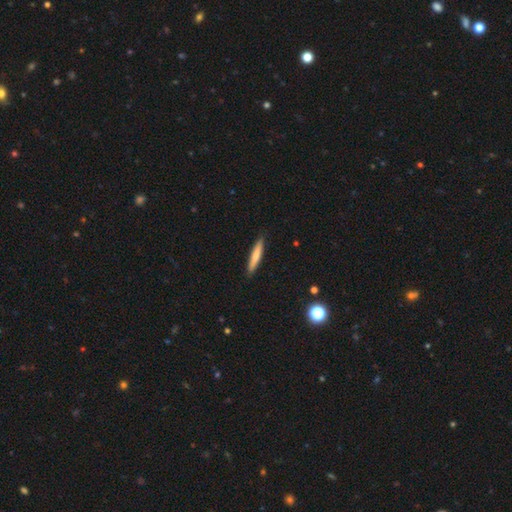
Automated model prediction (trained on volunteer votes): A smooth galaxy with no disk features (70%) that is cigar-shaped (92%).

Vote fractions:
- Smooth or featured? smooth: 70% / featured or disk: 24% / star or artifact: 5%
- How rounded? cigar-shaped: 92% / in between: 7% / round: 1%
- Merging? none: 90% / minor disturbance: 7% / major disturbance: 1% / merger: 1%